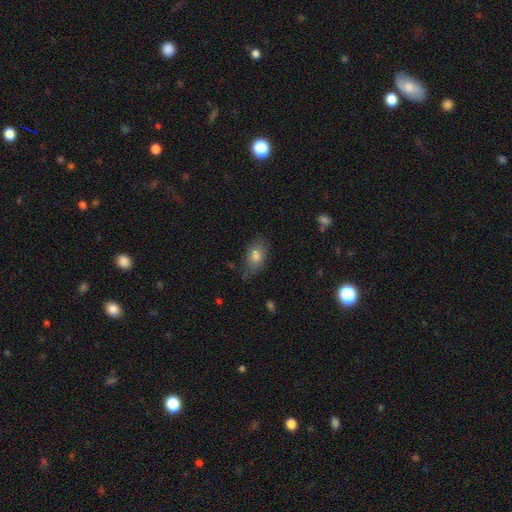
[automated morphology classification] This appears to be a smooth galaxy with no disk features (80%) that is in between round and cigar-shaped (86%). Merging: none (70%).